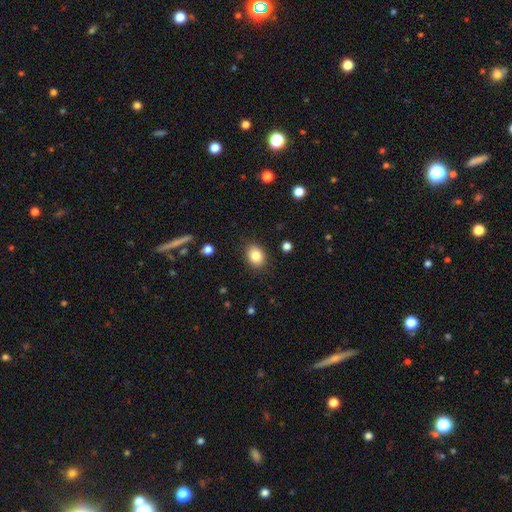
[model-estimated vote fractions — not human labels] This is clearly a smooth galaxy (85%). How rounded: likely in between (63%). Merging: clearly none (86%).